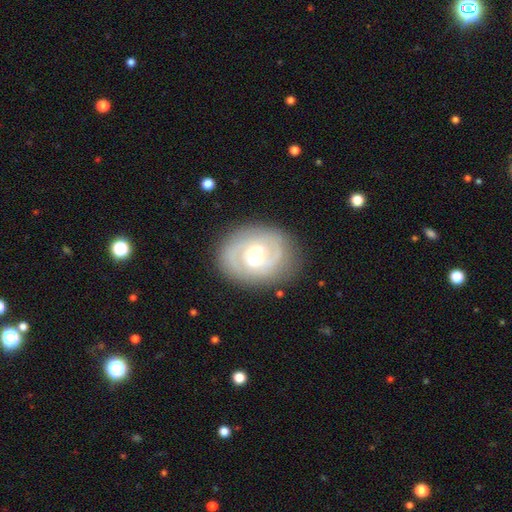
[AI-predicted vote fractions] Smooth or featured: featured or disk — 78% (smooth — 17%)
Edge-on disk: no — 97% (yes — 3%)
Bar: weak — 45% (no — 42%)
Spiral arms: yes — 84% (no — 16%)
Spiral winding: tight — 55% (medium — 33%)
Spiral arm count: 2 — 65% (can't tell — 18%)
Bulge size: moderate — 69% (small — 16%)
Merging: none — 82% (minor disturbance — 12%)